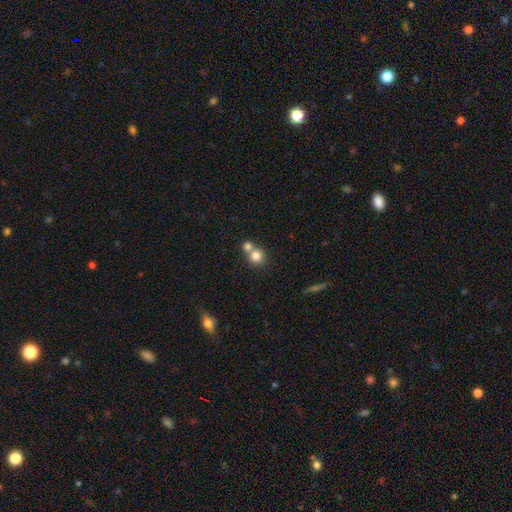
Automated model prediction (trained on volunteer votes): The model was most divided on "merging": none: 47%, merger: 45%, minor disturbance: 6%, major disturbance: 2%. More confident: how rounded — round (89%); smooth or featured — smooth (80%).